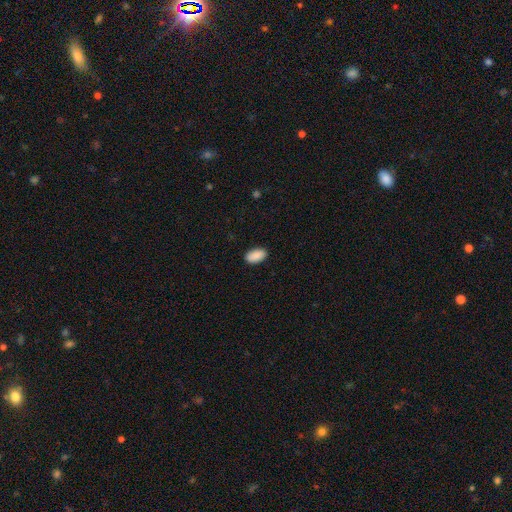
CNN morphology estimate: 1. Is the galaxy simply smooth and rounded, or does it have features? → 90% smooth, 7% star or artifact, 3% featured or disk.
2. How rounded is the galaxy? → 95% in between, 4% round, 2% cigar-shaped.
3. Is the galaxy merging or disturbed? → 89% none, 8% minor disturbance, 2% major disturbance, 1% merger.